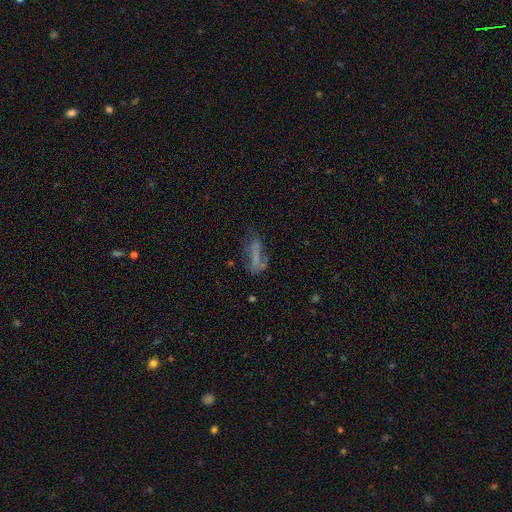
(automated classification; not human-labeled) A smooth galaxy with no disk features (51%) that is in between round and cigar-shaped (49%). Merging: none (43%).